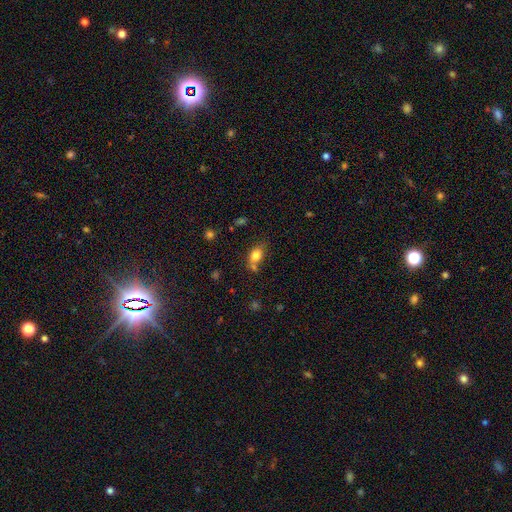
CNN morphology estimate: Overall: smooth (79%). How rounded: in between (77%). Merging: none (50%; merger 22%).